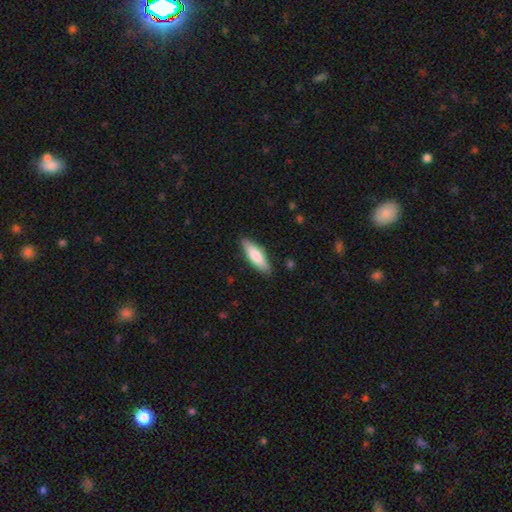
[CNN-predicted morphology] smooth 80%, featured or disk 15%, star or artifact 5%. Down the decision tree: how rounded — cigar-shaped (50%); merging — none (86%).